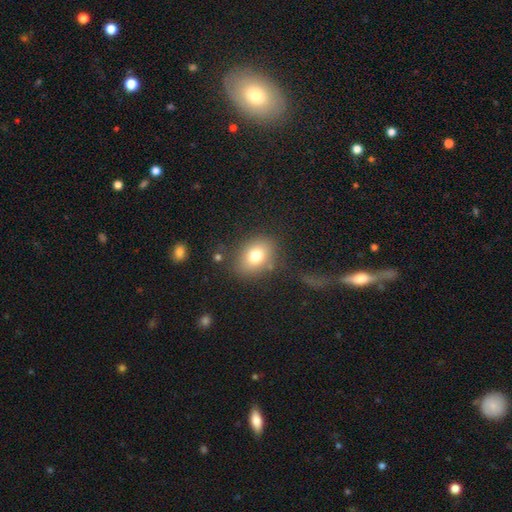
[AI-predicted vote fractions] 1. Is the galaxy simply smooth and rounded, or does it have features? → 77% smooth, 13% featured or disk, 11% star or artifact.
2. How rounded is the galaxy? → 59% in between, 40% round, 1% cigar-shaped.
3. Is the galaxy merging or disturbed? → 74% none, 14% minor disturbance, 7% major disturbance, 4% merger.